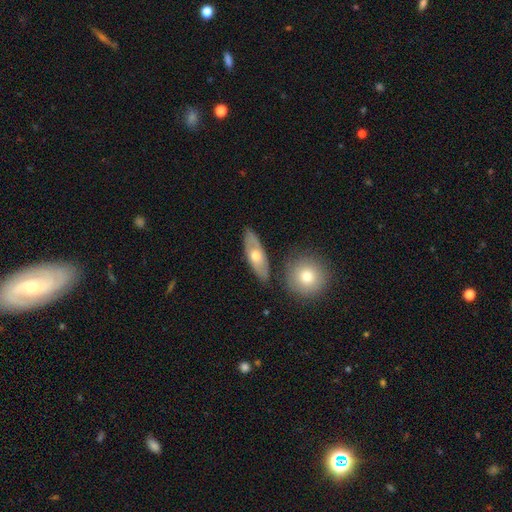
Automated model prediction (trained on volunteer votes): Overall: smooth (47%, tied with featured or disk). Merging: none (79%).